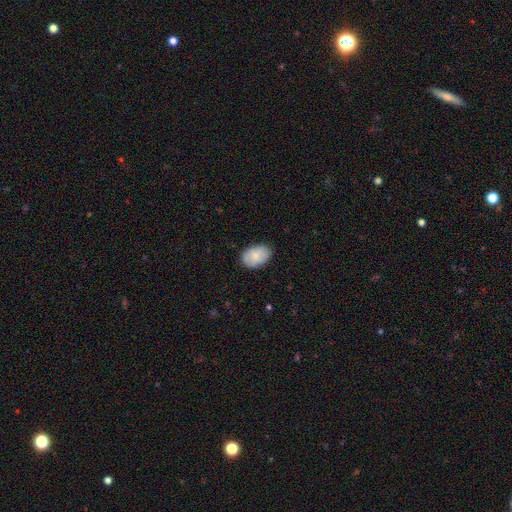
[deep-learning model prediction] Overall: smooth (80%). How rounded: in between (86%). Merging: none (81%).